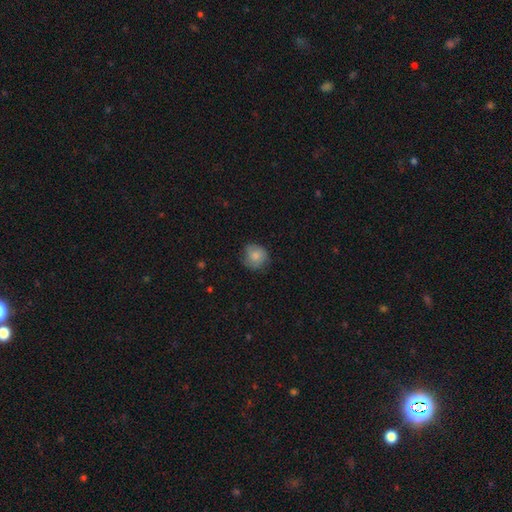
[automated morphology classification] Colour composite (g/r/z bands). It shows a smooth galaxy with no disk features (75%) that is round (84%). Merging: none (69%).